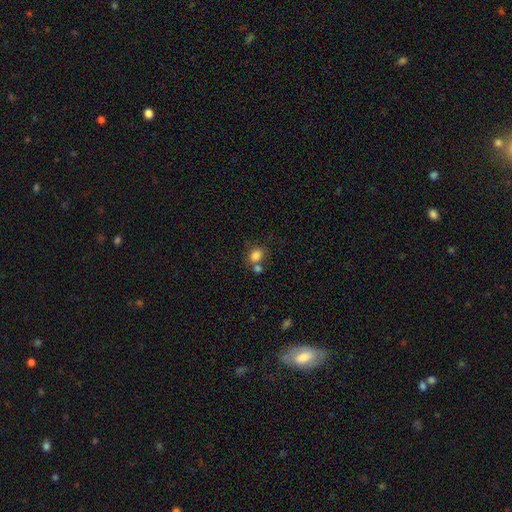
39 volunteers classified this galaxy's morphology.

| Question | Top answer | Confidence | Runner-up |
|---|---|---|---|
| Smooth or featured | smooth | 87% | star or artifact (8%) |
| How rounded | round | 74% | in between (26%) |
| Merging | none | 75% | minor disturbance (14%) |